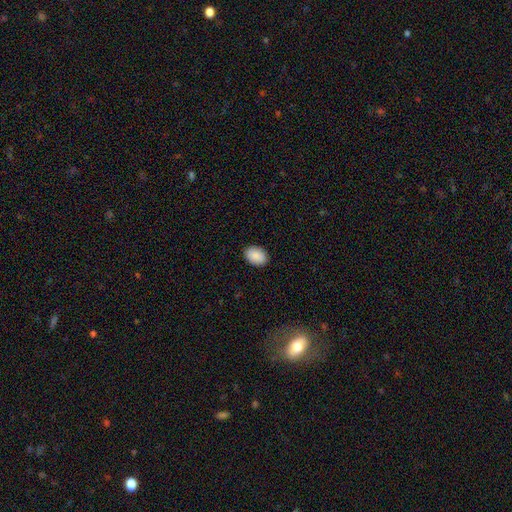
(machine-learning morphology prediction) Smooth or featured: smooth — 90% (star or artifact — 6%)
How rounded: in between — 79% (round — 20%)
Merging: none — 90% (minor disturbance — 7%)